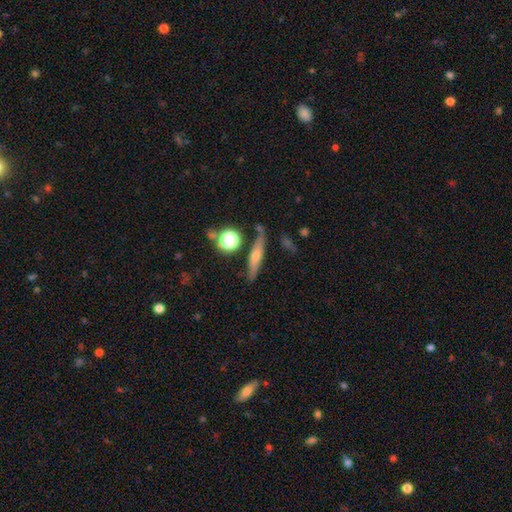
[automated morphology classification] A featured or disk galaxy (56%) viewed edge-on (91%) with a rounded central bulge (80%). Merging: none (82%).